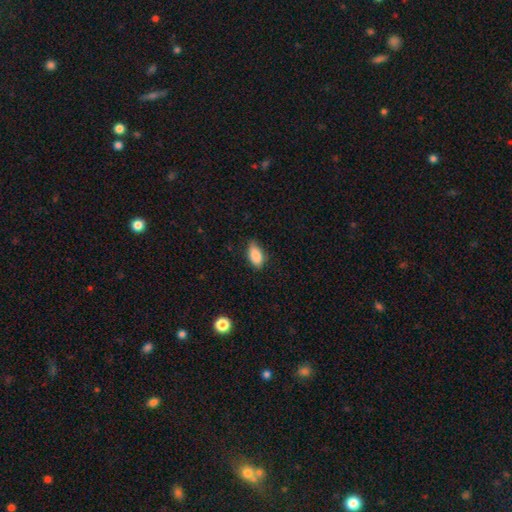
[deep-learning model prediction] smooth_or_featured: smooth (p=0.87) [alt: star or artifact p=0.07]
how_rounded: in between (p=0.91) [alt: round p=0.05]
merging: none (p=0.73) [alt: minor disturbance p=0.22]